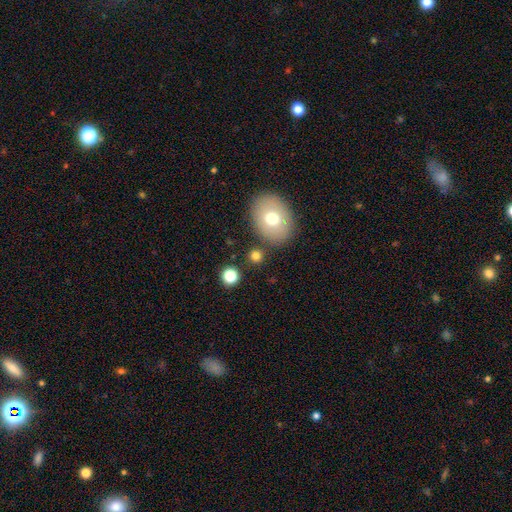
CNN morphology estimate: Smooth or featured? smooth (77%)
How rounded? round (76%)
Merging? none (78%)